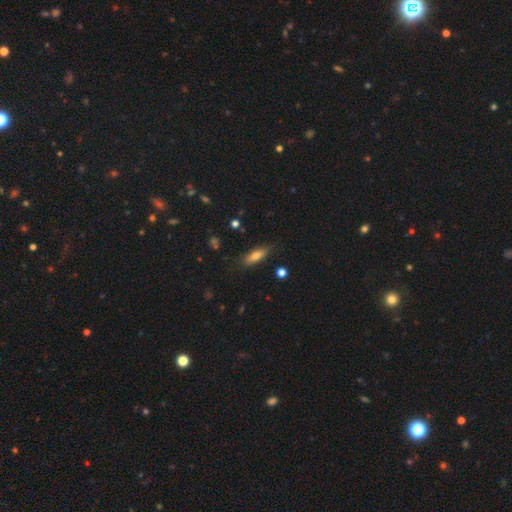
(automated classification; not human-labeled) smooth-or-featured: smooth: 72% | featured or disk: 20% | star or artifact: 8%
  how-rounded: in between: 59% | cigar-shaped: 39% | round: 3%
  merging: none: 80% | minor disturbance: 15% | major disturbance: 3% | merger: 2%